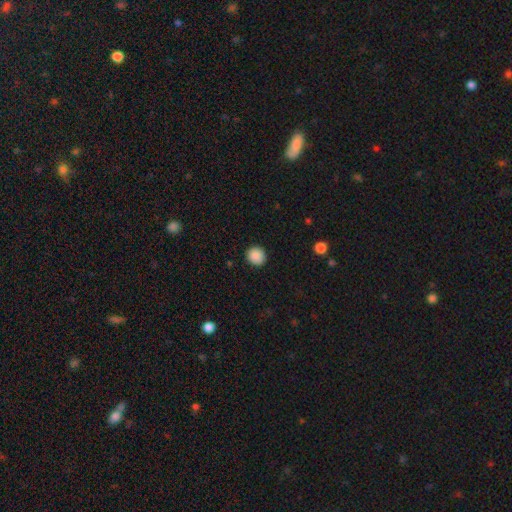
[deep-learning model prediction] Smooth or featured: smooth — 89% (star or artifact — 9%)
How rounded: round — 90% (in between — 9%)
Merging: none — 92% (minor disturbance — 6%)